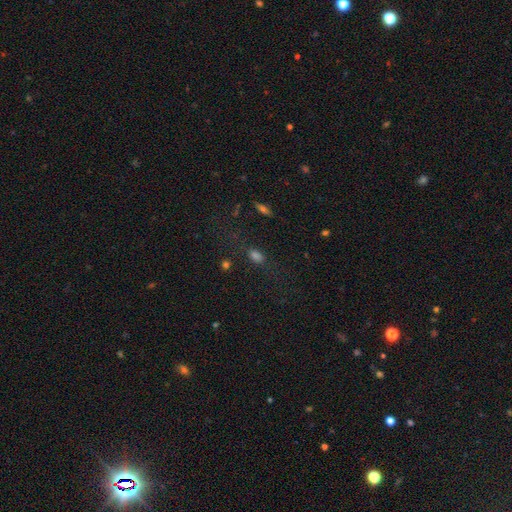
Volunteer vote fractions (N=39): This is likely a smooth galaxy (74%). How rounded: clearly in between (86%). Merging: likely none (64%).